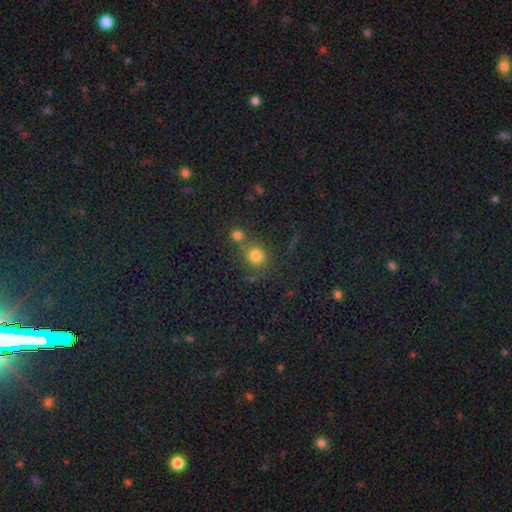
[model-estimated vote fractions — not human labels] Q: Smooth or featured?
A: smooth (76%); runner-up: star or artifact (16%)
Q: How rounded?
A: round (87%); runner-up: in between (12%)
Q: Merging?
A: none (58%); runner-up: merger (27%)